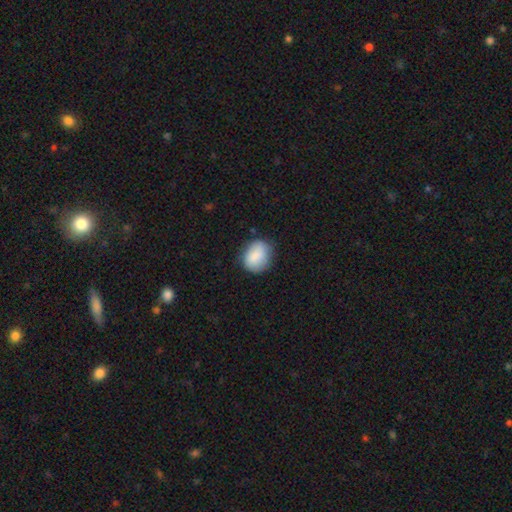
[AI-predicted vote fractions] A smooth galaxy with no disk features (85%) that is round (51%). Merging: none (75%).